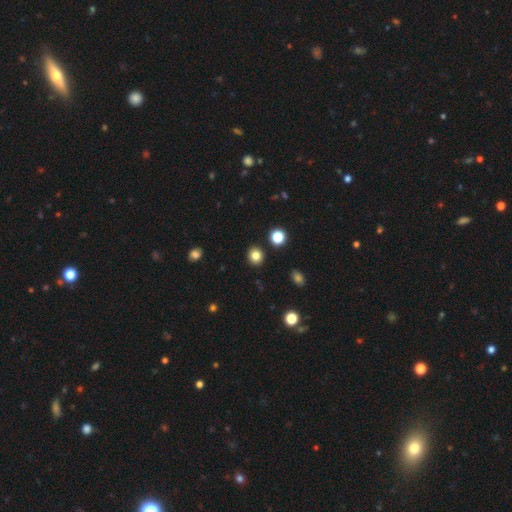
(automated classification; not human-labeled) This appears to be a smooth galaxy with no disk features (82%) that is round (82%). Merging: none (90%).